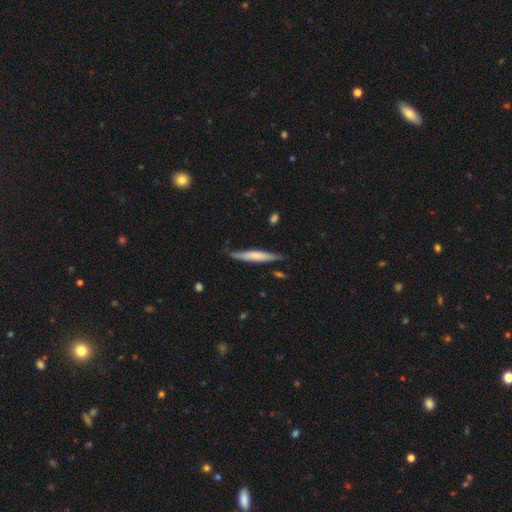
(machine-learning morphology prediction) smooth-or-featured: smooth: 64% | featured or disk: 30% | star or artifact: 5%
  how-rounded: cigar-shaped: 92% | in between: 7% | round: 1%
  merging: none: 77% | minor disturbance: 18% | major disturbance: 3% | merger: 2%